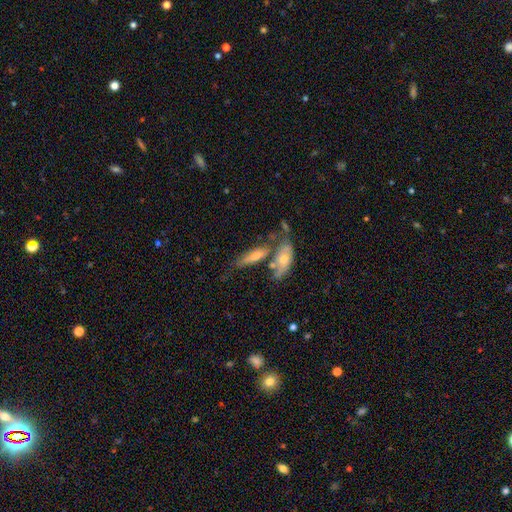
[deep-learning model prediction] Overall: smooth (60%; featured or disk 33%). How rounded: cigar-shaped (53%; in between 44%). Merging: none (41%; merger 35%).